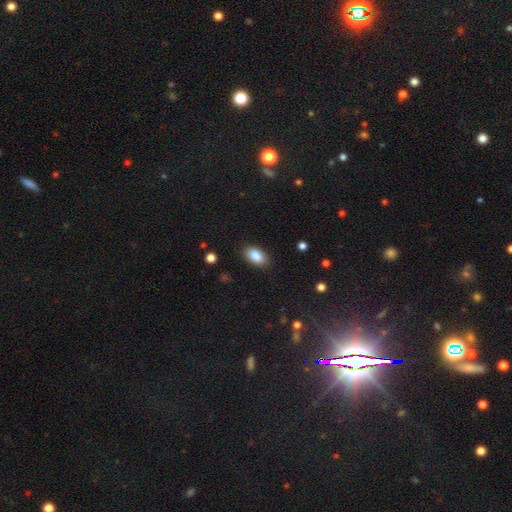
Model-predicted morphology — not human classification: smooth-or-featured: smooth: 88% | star or artifact: 7% | featured or disk: 4%
  how-rounded: in between: 92% | round: 6% | cigar-shaped: 3%
  merging: none: 85% | minor disturbance: 11% | major disturbance: 3% | merger: 1%